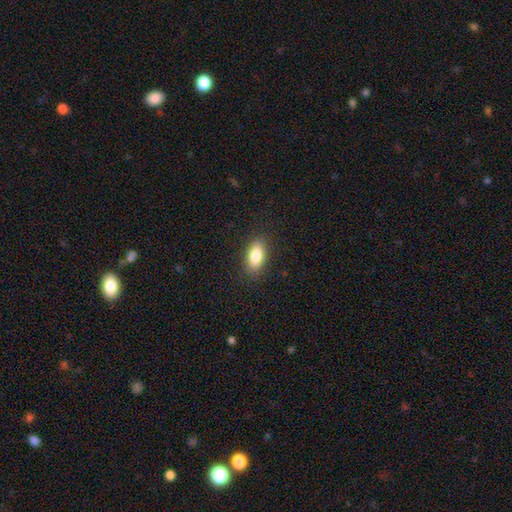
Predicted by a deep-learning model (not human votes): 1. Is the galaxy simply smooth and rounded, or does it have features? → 84% smooth, 9% featured or disk, 8% star or artifact.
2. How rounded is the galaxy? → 90% in between, 6% cigar-shaped, 5% round.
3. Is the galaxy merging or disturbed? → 87% none, 9% minor disturbance, 3% major disturbance, 1% merger.